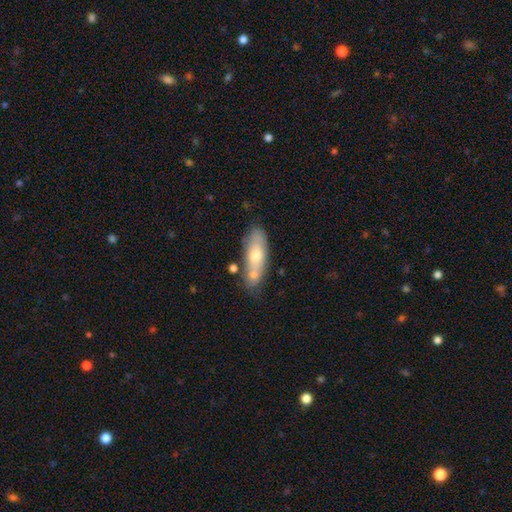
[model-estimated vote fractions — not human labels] smooth 60%, featured or disk 34%, star or artifact 7%. Down the decision tree: how rounded — in between (60%); merging — none (59%).